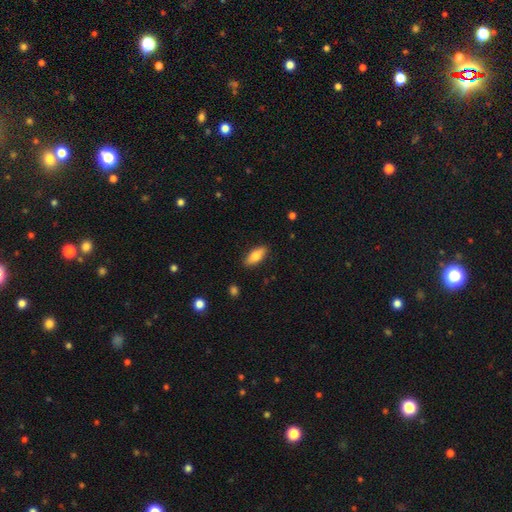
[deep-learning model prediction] The model was most divided on "smooth or featured": smooth: 78%, featured or disk: 16%, star or artifact: 7%. More confident: merging — none (87%); how rounded — in between (80%).